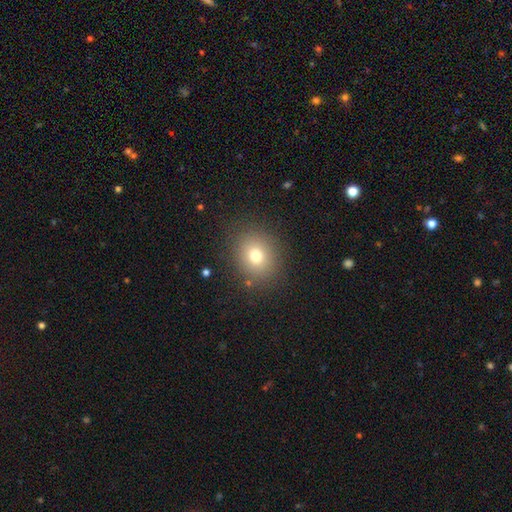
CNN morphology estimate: The model was most divided on "how rounded": round: 71%, in between: 28%, cigar-shaped: 1%. More confident: merging — none (86%); smooth or featured — smooth (75%).